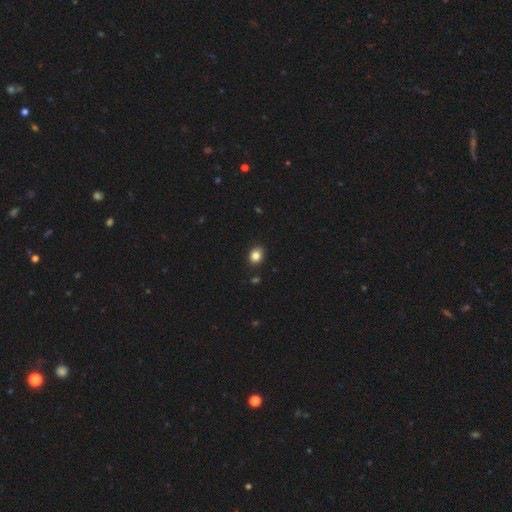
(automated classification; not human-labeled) Smooth or featured? smooth (85%)
How rounded? round (50%)
Merging? none (87%)